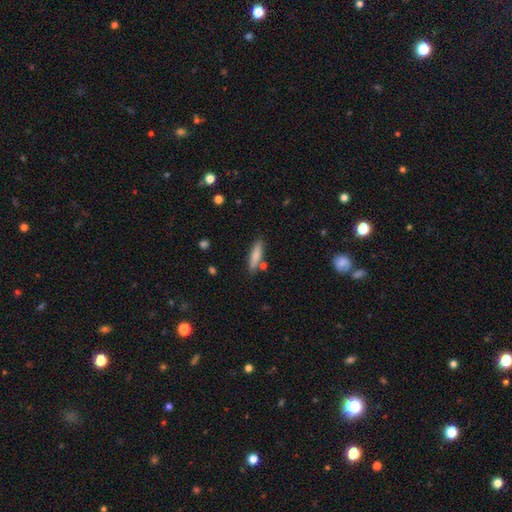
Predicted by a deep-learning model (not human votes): Q: Smooth or featured?
A: smooth (78%); runner-up: featured or disk (16%)
Q: How rounded?
A: cigar-shaped (75%); runner-up: in between (23%)
Q: Merging?
A: none (80%); runner-up: minor disturbance (11%)